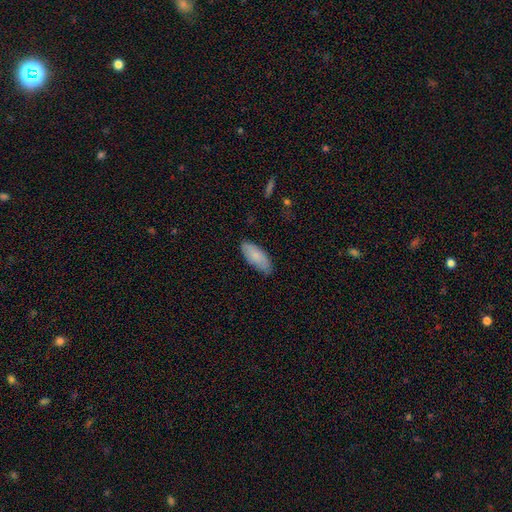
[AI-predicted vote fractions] Smooth or featured: smooth — 81% (featured or disk — 14%)
How rounded: in between — 83% (cigar-shaped — 15%)
Merging: none — 79% (minor disturbance — 17%)